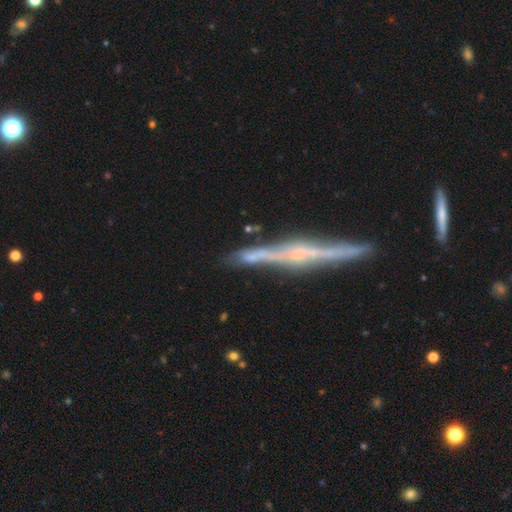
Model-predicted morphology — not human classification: smooth-or-featured: featured or disk: 54% | smooth: 34% | star or artifact: 12%
  disk-edge-on: yes: 73% | no: 27%
  merging: none: 47% | merger: 24% | minor disturbance: 18% | major disturbance: 11%